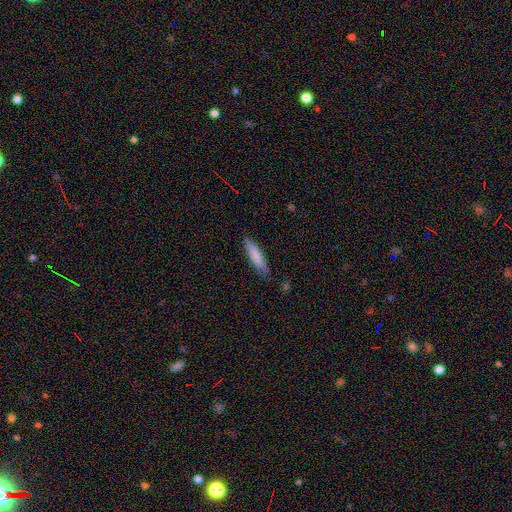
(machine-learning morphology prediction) Q: Smooth or featured?
A: smooth (81%); runner-up: featured or disk (14%)
Q: How rounded?
A: cigar-shaped (75%); runner-up: in between (24%)
Q: Merging?
A: none (83%); runner-up: minor disturbance (13%)